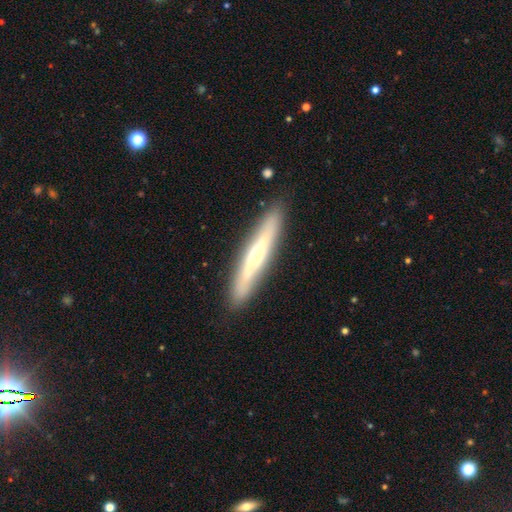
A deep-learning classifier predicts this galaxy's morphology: smooth_or_featured: featured or disk (p=0.60) [alt: smooth p=0.34]
disk_edge_on: yes (p=0.83) [alt: no p=0.17]
merging: none (p=0.88) [alt: minor disturbance p=0.09]